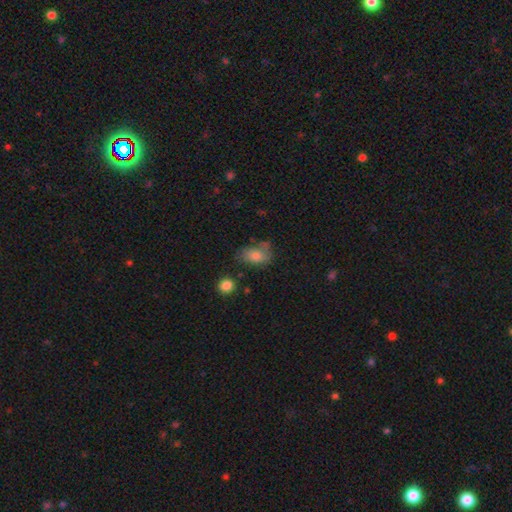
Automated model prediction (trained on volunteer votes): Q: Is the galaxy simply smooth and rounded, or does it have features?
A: smooth — 77%.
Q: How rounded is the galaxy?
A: in between — 83%.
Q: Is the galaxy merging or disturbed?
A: none — 50%.